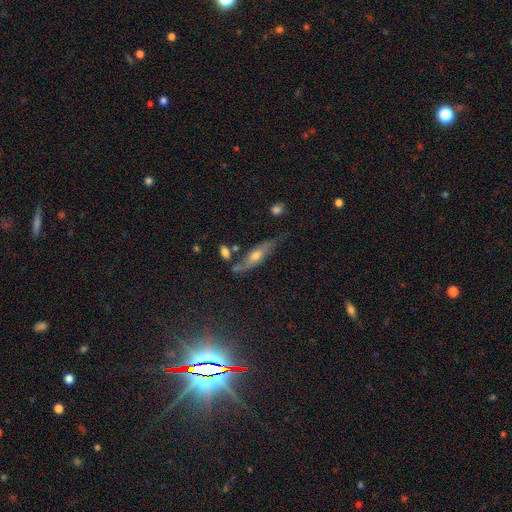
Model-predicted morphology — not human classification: Smooth or featured: featured or disk — 48% (smooth — 43%)
Merging: none — 55% (minor disturbance — 26%)